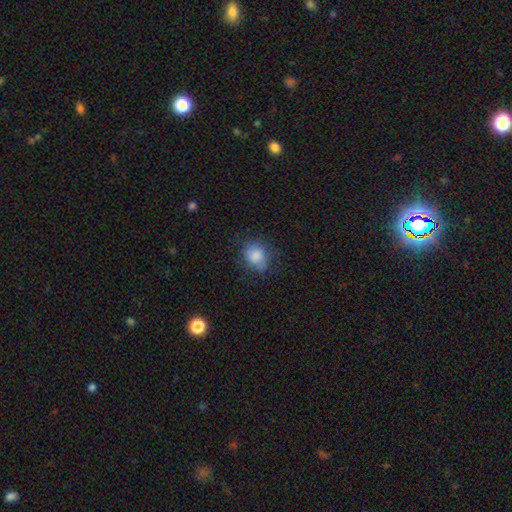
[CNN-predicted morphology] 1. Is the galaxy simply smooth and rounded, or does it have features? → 79% smooth, 12% featured or disk, 10% star or artifact.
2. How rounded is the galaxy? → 58% round, 41% in between, 1% cigar-shaped.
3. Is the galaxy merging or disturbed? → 64% none, 25% minor disturbance, 9% major disturbance, 2% merger.